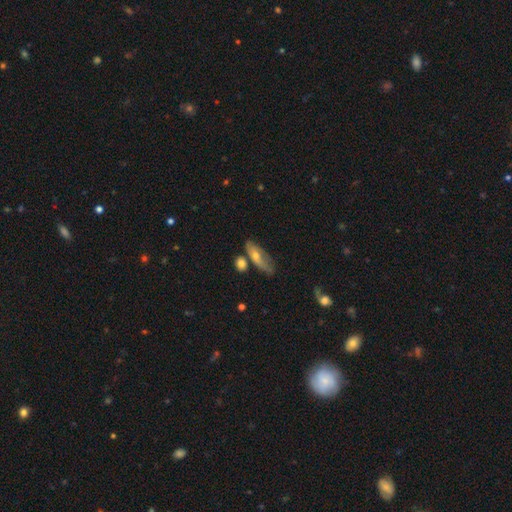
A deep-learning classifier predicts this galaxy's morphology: Smooth or featured: smooth — 54% (featured or disk — 38%)
How rounded: in between — 62% (cigar-shaped — 33%)
Merging: none — 52% (minor disturbance — 24%)